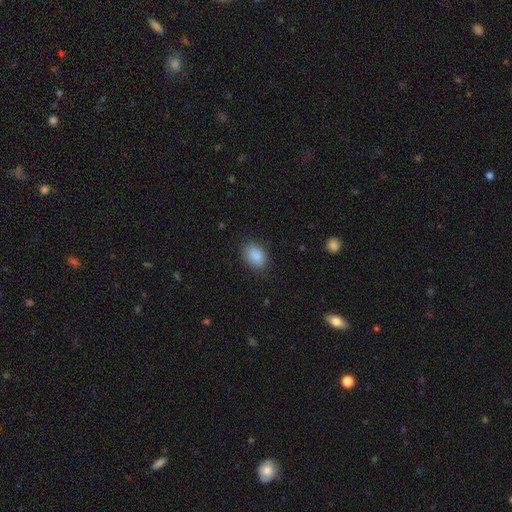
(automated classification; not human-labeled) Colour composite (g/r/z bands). It shows a smooth galaxy with no disk features (88%) that is in between round and cigar-shaped (77%). Merging: none (84%).